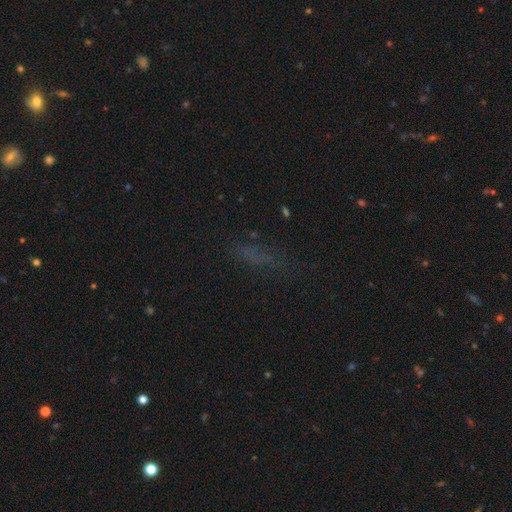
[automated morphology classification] A smooth galaxy with no disk features (46%).

Vote fractions:
- Smooth or featured? smooth: 46% / star or artifact: 34% / featured or disk: 20%
- Merging? none: 65% / minor disturbance: 18% / major disturbance: 13% / merger: 3%